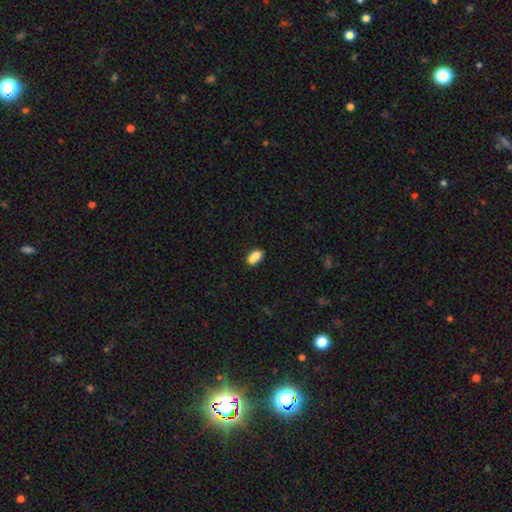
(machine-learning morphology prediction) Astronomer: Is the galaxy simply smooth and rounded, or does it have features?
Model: smooth — 76%.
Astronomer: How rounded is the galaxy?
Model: in between — 83%.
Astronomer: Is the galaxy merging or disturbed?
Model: merger — 41% (runner-up: none, 38%).